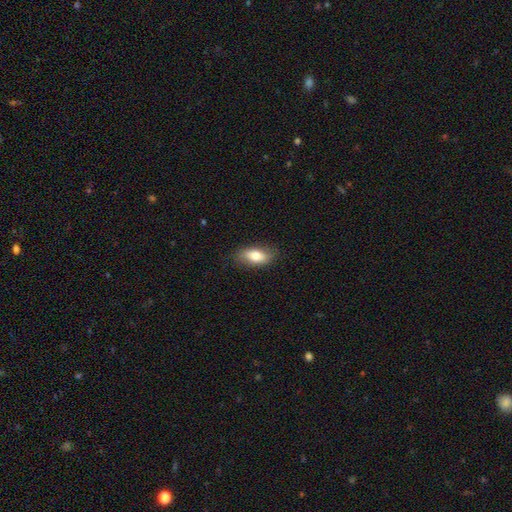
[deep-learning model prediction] This appears to be a smooth galaxy with no disk features (74%) that is in between round and cigar-shaped (84%). Merging: none (82%).